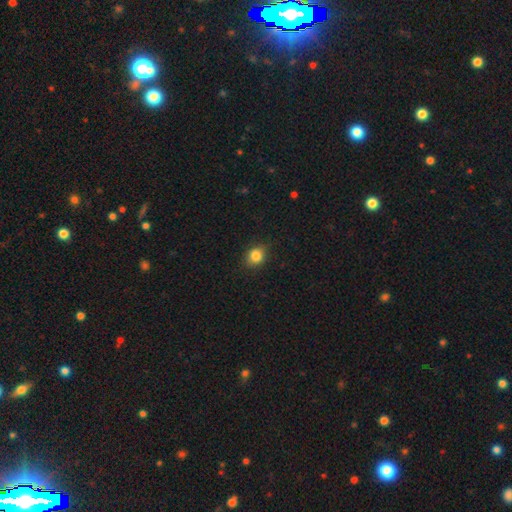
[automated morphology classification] The model was most divided on "how rounded": round: 64%, in between: 35%, cigar-shaped: 1%. More confident: smooth or featured — smooth (84%); merging — none (84%).